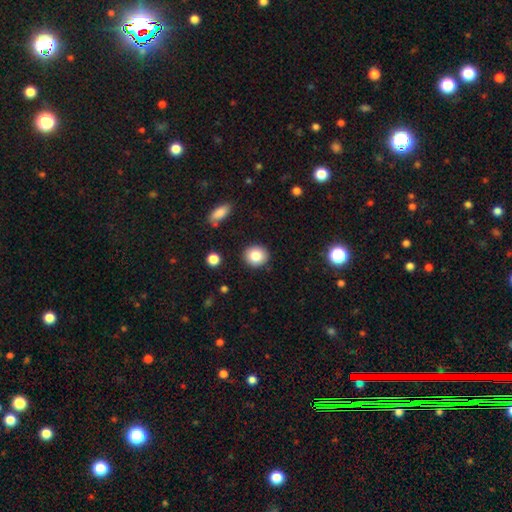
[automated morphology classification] type=smooth (83%); roundness=round (83%); merging=none (90%).